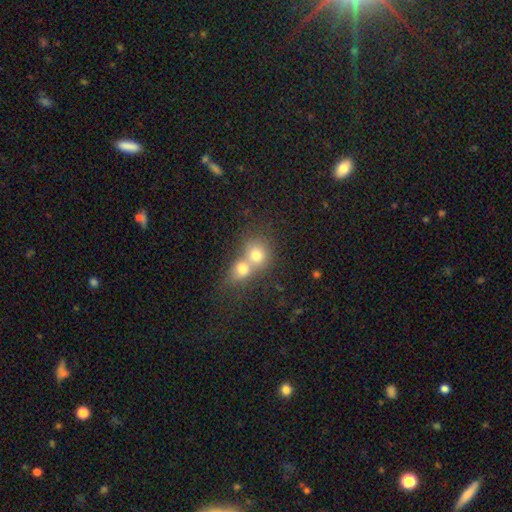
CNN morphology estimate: This is likely a smooth galaxy (72%). How rounded: likely round (74%). Merging: likely merger (69%).